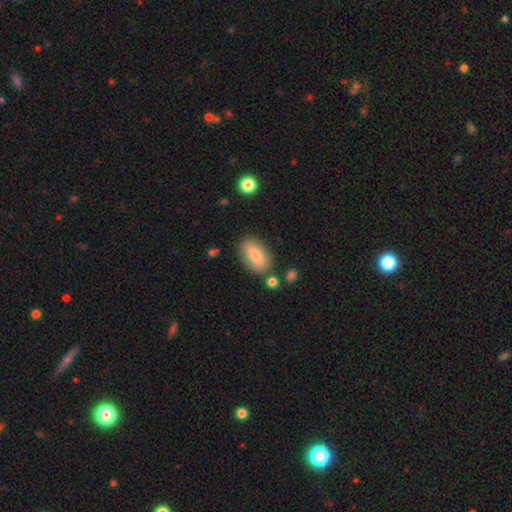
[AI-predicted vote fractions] Overall: smooth (80%). How rounded: in between (90%). Merging: none (80%).